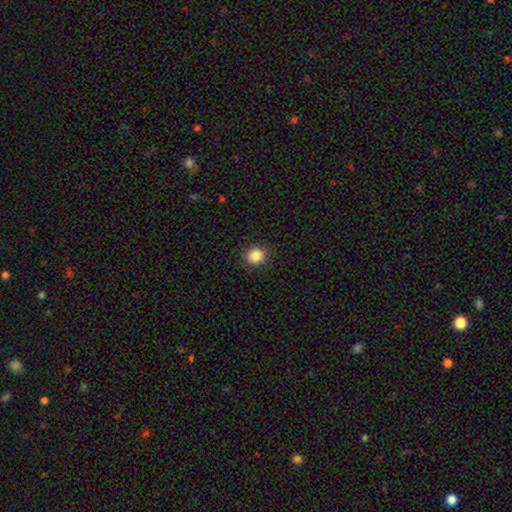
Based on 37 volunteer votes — A smooth galaxy with no disk features (95%) that is round (91%).

Vote fractions:
- Smooth or featured? smooth: 95% / featured or disk: 5% / star or artifact: 0%
- How rounded? round: 91% / in between: 9% / cigar-shaped: 0%
- Merging? none: 95% / minor disturbance: 3% / major disturbance: 3% / merger: 0%